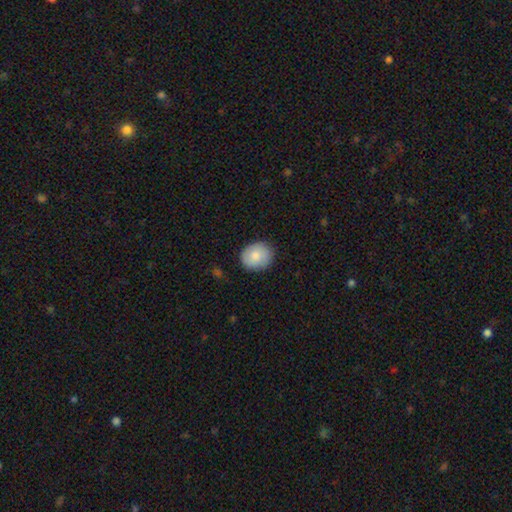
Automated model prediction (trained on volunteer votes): This is clearly a smooth galaxy (83%). How rounded: likely round (66%). Merging: clearly none (86%).